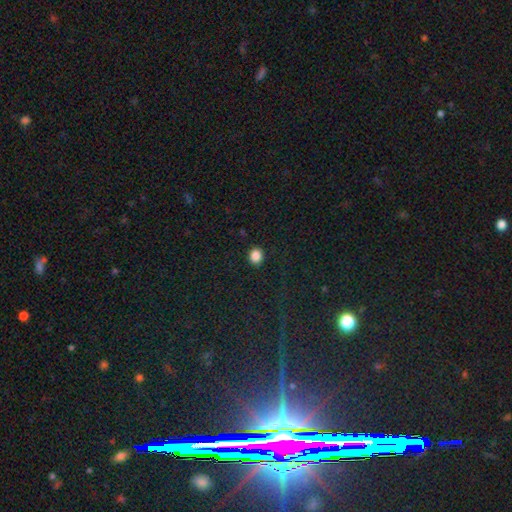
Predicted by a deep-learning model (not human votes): Smooth or featured: smooth — 86% (star or artifact — 11%)
How rounded: round — 76% (in between — 23%)
Merging: none — 91% (minor disturbance — 6%)